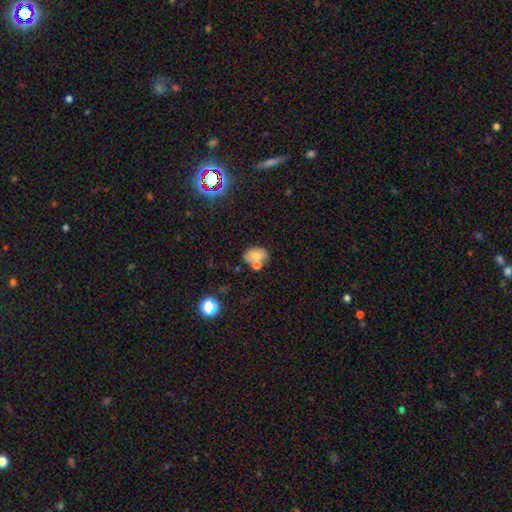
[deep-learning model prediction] A smooth galaxy with no disk features (64%) that is in between round and cigar-shaped (73%).

Vote fractions:
- Smooth or featured? smooth: 64% / featured or disk: 24% / star or artifact: 13%
- How rounded? in between: 73% / round: 26% / cigar-shaped: 1%
- Merging? none: 49% / merger: 31% / minor disturbance: 15% / major disturbance: 5%